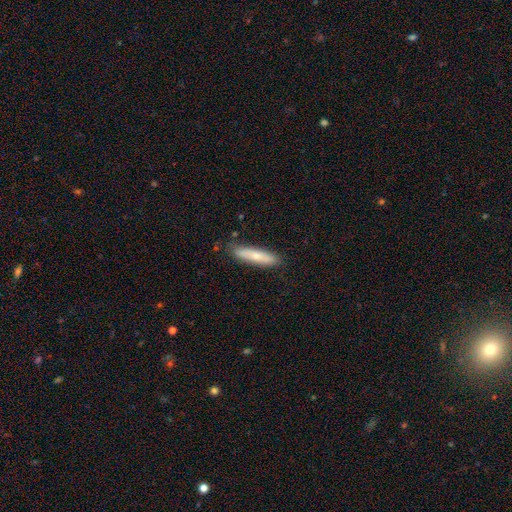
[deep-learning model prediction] Smooth or featured?
  - smooth: 67% *
  - featured or disk: 27%
  - star or artifact: 6%
How rounded?
  - cigar-shaped: 84% *
  - in between: 15%
  - round: 1%
Merging?
  - none: 84% *
  - minor disturbance: 13%
  - major disturbance: 2%
  - merger: 2%